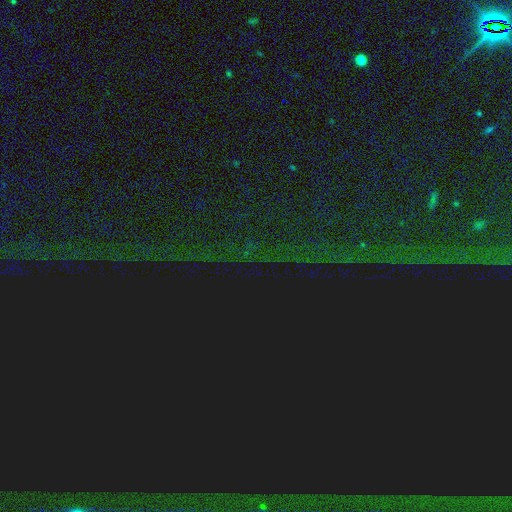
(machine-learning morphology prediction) Overall: star or artifact (86%).